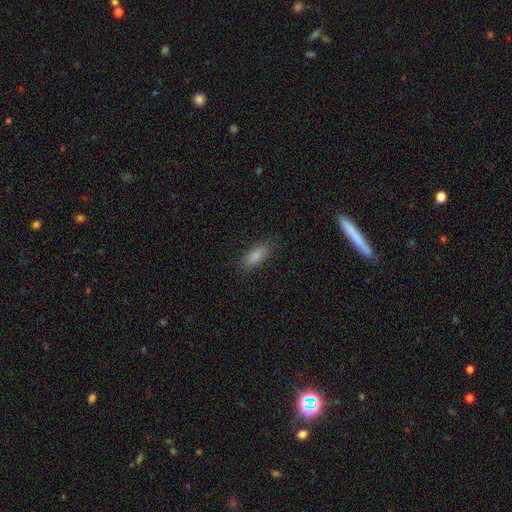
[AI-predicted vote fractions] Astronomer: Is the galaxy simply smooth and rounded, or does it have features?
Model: smooth — 87%.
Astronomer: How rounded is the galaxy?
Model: in between — 76%.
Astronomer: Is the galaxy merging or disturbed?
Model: none — 84%.